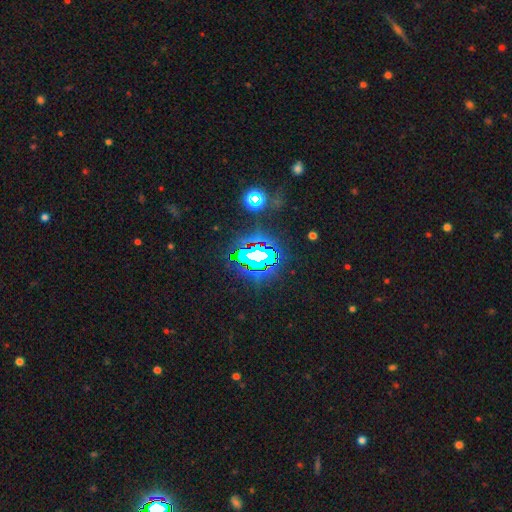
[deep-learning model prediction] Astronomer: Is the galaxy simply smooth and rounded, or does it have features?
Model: star or artifact — 72%.